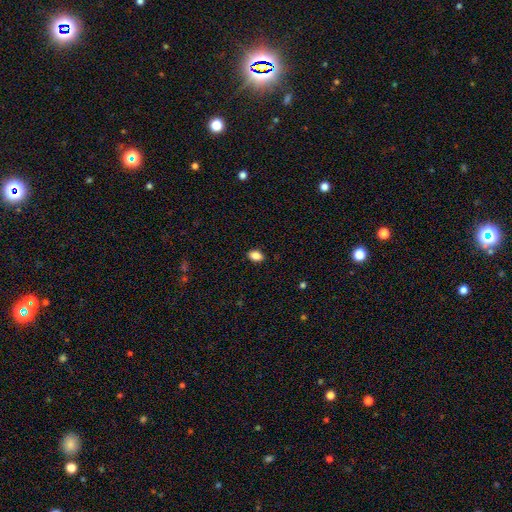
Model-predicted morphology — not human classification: smooth 87%, star or artifact 9%, featured or disk 5%. Down the decision tree: how rounded — in between (84%); merging — none (89%).